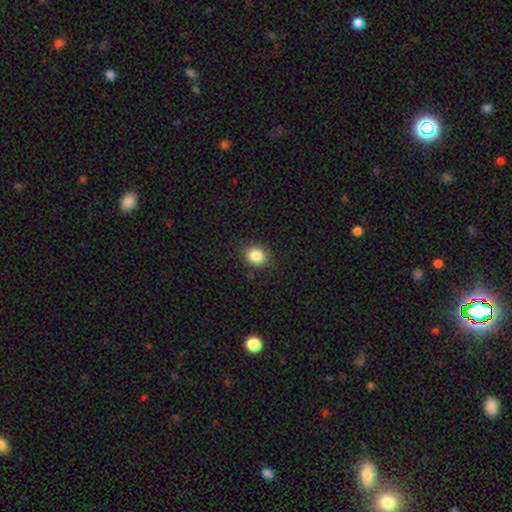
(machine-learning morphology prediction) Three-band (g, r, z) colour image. It shows a smooth galaxy with no disk features (85%) that is round (66%). Merging: none (86%).